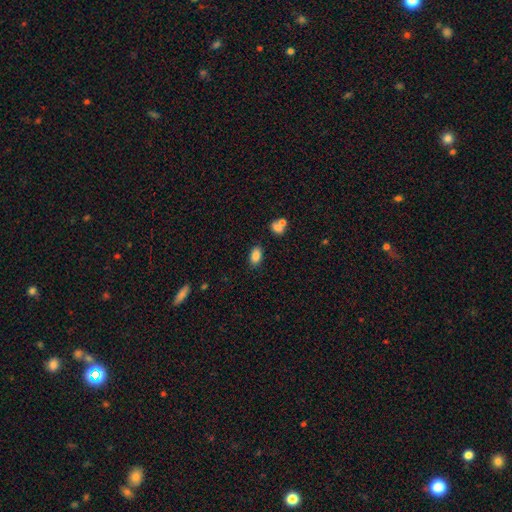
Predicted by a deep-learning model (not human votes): This appears to be a smooth galaxy with no disk features (85%) that is in between round and cigar-shaped (90%). Merging: none (82%).